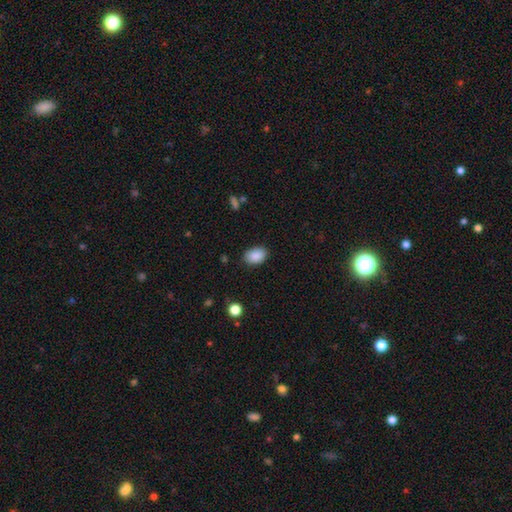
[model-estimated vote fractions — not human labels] Smooth or featured? smooth (89%)
How rounded? in between (84%)
Merging? none (85%)